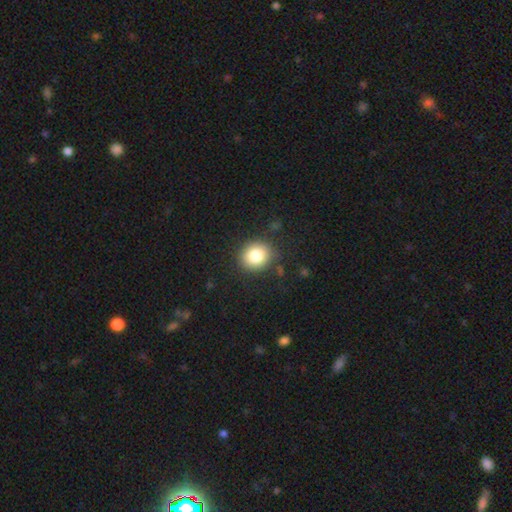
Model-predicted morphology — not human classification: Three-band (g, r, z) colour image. It shows a smooth galaxy with no disk features (82%) that is round (81%). Merging: none (86%).